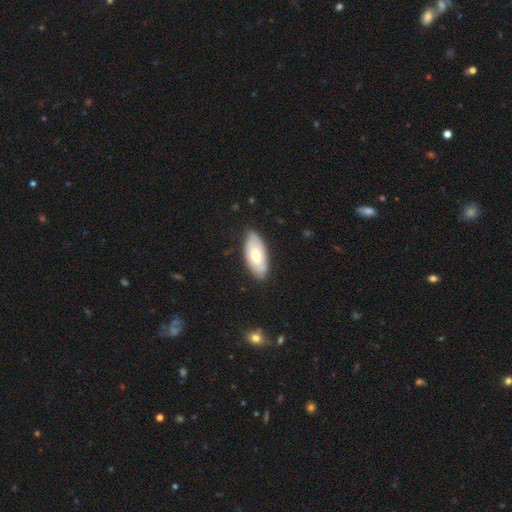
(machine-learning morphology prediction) A smooth galaxy with no disk features (53%) that is in between round and cigar-shaped (91%). Merging: none (79%).